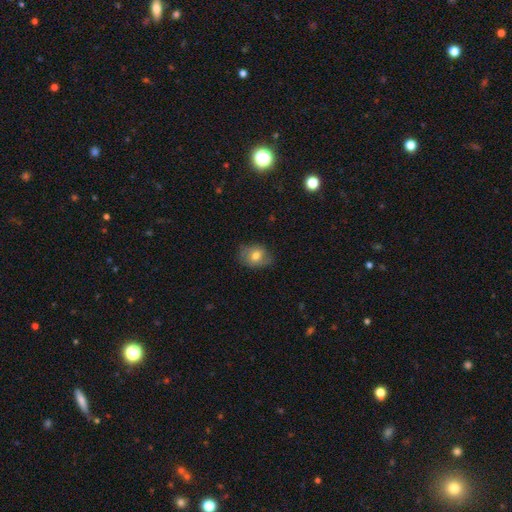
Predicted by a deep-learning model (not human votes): Smooth or featured?
  - smooth: 67% *
  - featured or disk: 24%
  - star or artifact: 9%
How rounded?
  - in between: 53% *
  - round: 45%
  - cigar-shaped: 1%
Merging?
  - none: 66% *
  - minor disturbance: 26%
  - major disturbance: 7%
  - merger: 1%